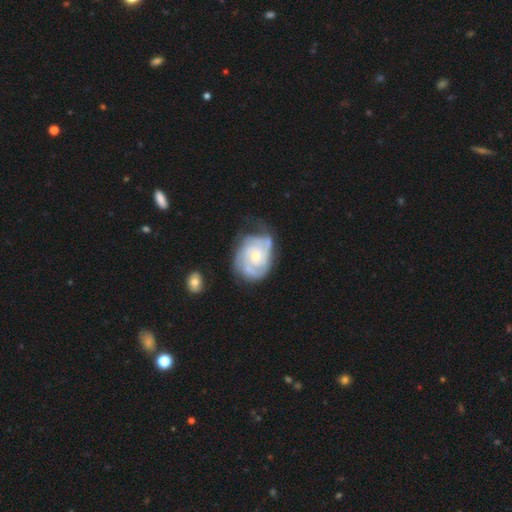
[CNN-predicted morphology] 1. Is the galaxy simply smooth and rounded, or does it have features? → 84% featured or disk, 11% smooth, 5% star or artifact.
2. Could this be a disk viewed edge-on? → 98% no, 2% yes.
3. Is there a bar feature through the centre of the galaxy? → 74% no, 23% weak, 4% strong.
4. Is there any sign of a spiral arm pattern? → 95% yes, 5% no.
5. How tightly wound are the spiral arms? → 66% tight, 28% medium, 7% loose.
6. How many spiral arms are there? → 31% 2, 28% can't tell, 25% 3, 6% 4, 5% 1, 4% more than 4.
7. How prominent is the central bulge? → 60% small, 35% moderate, 2% large, 2% none, 1% dominant.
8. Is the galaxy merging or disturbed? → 50% none, 29% minor disturbance, 16% major disturbance, 5% merger.